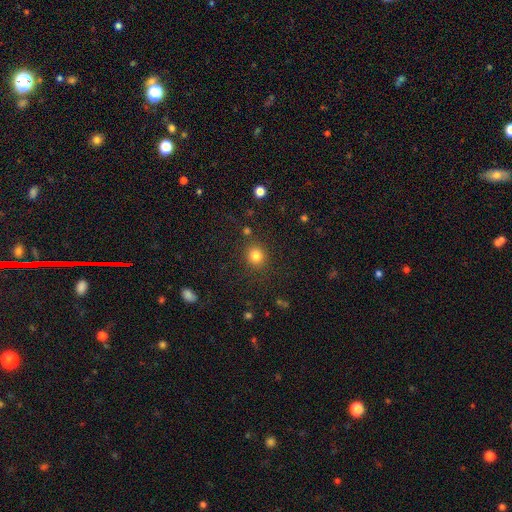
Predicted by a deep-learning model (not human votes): smooth_or_featured: smooth (p=0.83) [alt: star or artifact p=0.12]
how_rounded: round (p=0.86) [alt: in between p=0.13]
merging: none (p=0.85) [alt: minor disturbance p=0.08]